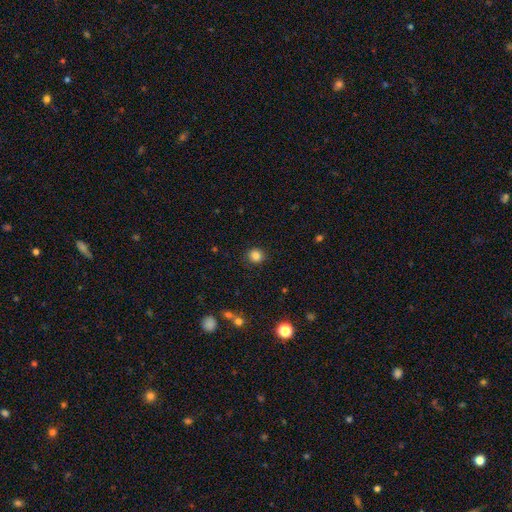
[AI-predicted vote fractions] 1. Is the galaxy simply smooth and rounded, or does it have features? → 84% smooth, 12% star or artifact, 4% featured or disk.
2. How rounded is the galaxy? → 89% round, 11% in between, 1% cigar-shaped.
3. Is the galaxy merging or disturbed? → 90% none, 7% minor disturbance, 2% major disturbance, 1% merger.